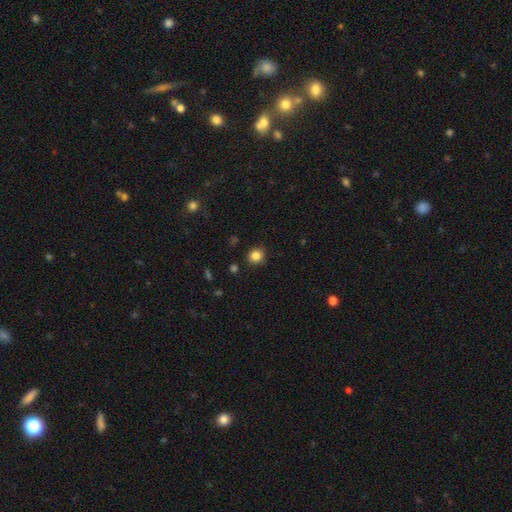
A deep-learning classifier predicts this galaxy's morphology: A smooth galaxy with no disk features (85%) that is round (89%).

Vote fractions:
- Smooth or featured? smooth: 85% / star or artifact: 11% / featured or disk: 4%
- How rounded? round: 89% / in between: 11% / cigar-shaped: 1%
- Merging? none: 88% / minor disturbance: 8% / major disturbance: 2% / merger: 2%